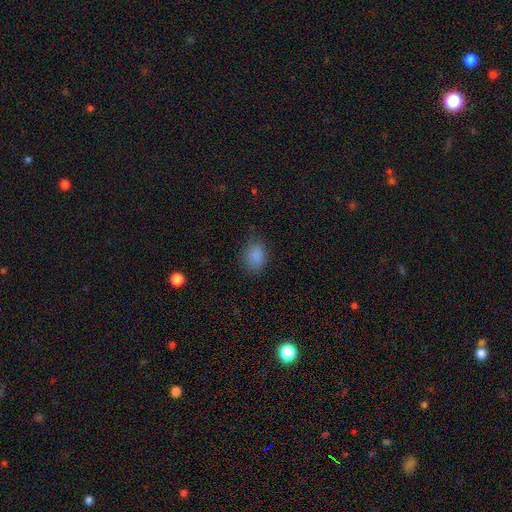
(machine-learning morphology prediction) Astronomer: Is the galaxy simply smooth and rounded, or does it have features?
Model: smooth — 86%.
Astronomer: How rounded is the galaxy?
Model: in between — 63%.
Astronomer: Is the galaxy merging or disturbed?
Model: none — 78%.